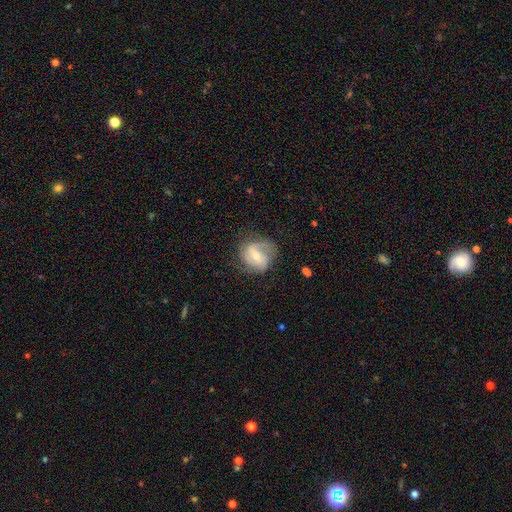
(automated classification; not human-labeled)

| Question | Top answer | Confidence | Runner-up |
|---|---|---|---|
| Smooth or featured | featured or disk | 73% | smooth (20%) |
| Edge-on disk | no | 97% | yes (3%) |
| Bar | weak | 49% | no (28%) |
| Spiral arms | yes | 89% | no (11%) |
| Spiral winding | medium | 44% | tight (31%) |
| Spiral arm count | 2 | 58% | can't tell (18%) |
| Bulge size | moderate | 53% | small (43%) |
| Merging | none | 61% | minor disturbance (23%) |